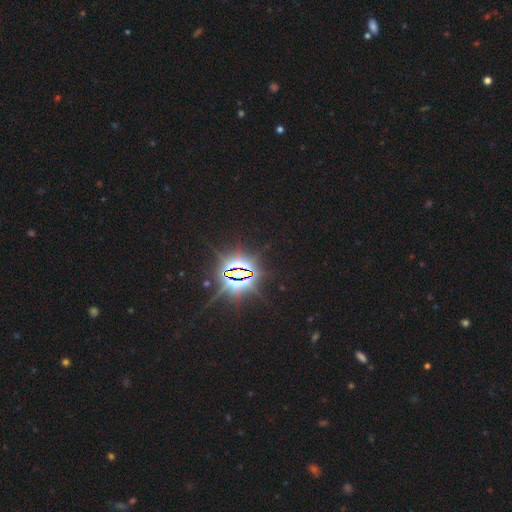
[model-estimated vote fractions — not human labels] This appears to be a star or artifact, not a galaxy (86%).